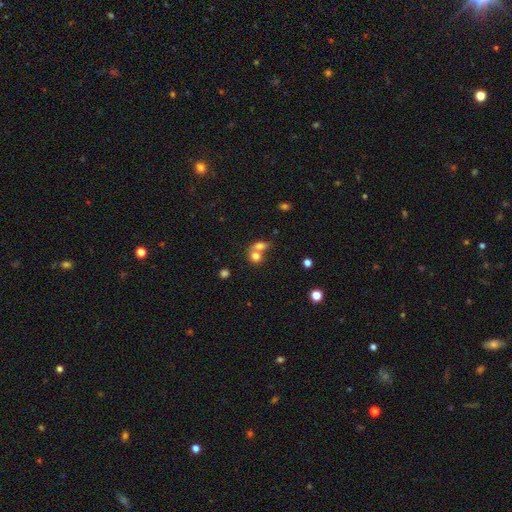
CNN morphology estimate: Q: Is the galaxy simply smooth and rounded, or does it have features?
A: smooth — 77%.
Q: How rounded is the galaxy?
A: round — 56%.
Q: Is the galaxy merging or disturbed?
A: merger — 61%.